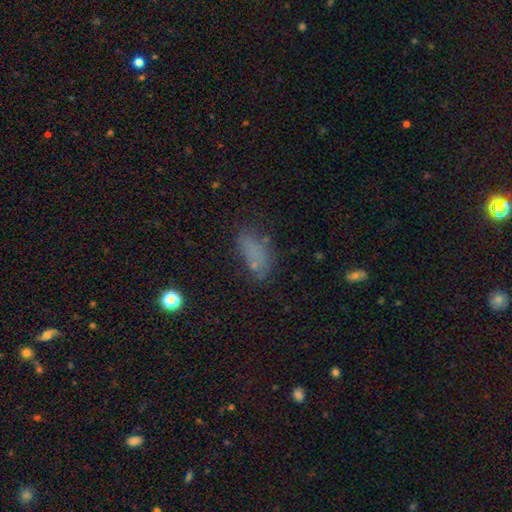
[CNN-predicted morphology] type=smooth (69%); roundness=in between (81%); merging=none (61%).